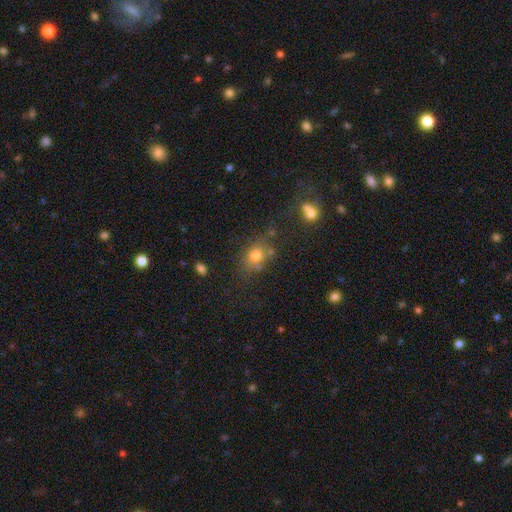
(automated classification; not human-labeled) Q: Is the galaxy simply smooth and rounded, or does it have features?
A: smooth — 74%.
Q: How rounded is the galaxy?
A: in between — 54%.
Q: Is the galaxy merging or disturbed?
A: none — 64%.